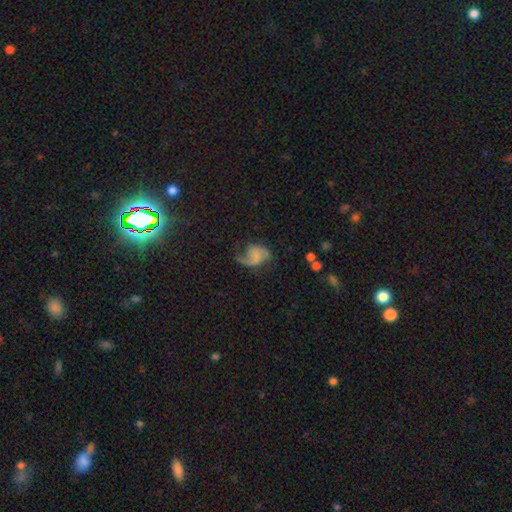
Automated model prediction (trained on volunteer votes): smooth-or-featured: featured or disk: 69% | smooth: 22% | star or artifact: 9%
  disk-edge-on: no: 98% | yes: 2%
    bar: no: 56% | weak: 34% | strong: 9%
    has-spiral-arms: yes: 91% | no: 9%
      spiral-winding: loose: 54% | medium: 35% | tight: 10%
      spiral-arm-count: 2: 70% | 1: 23% | can't tell: 4% | 3: 1% | 4: 1% | more than 4: 1%
    bulge-size: none: 56% | small: 29% | moderate: 10% | large: 3% | dominant: 1%
  merging: none: 50% | major disturbance: 24% | minor disturbance: 24% | merger: 3%